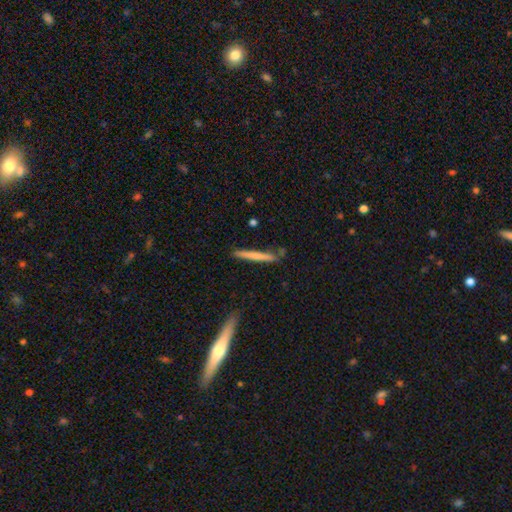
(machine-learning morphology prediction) Q: Smooth or featured?
A: smooth (63%); runner-up: featured or disk (32%)
Q: How rounded?
A: cigar-shaped (96%); runner-up: in between (3%)
Q: Merging?
A: none (82%); runner-up: minor disturbance (11%)